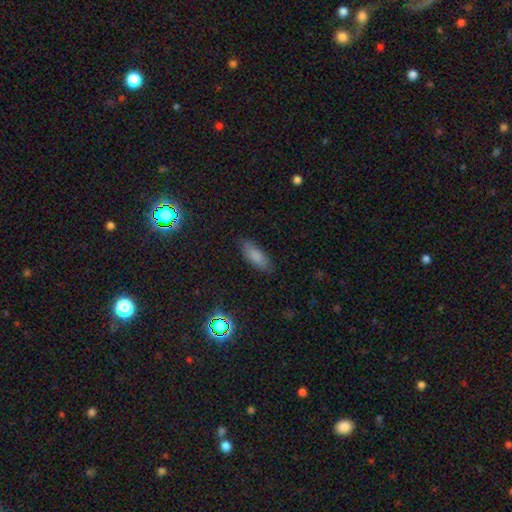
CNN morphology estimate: Smooth or featured? Predicted: smooth (p=0.82). How rounded? Predicted: in between (p=0.72). Merging? Predicted: none (p=0.83).